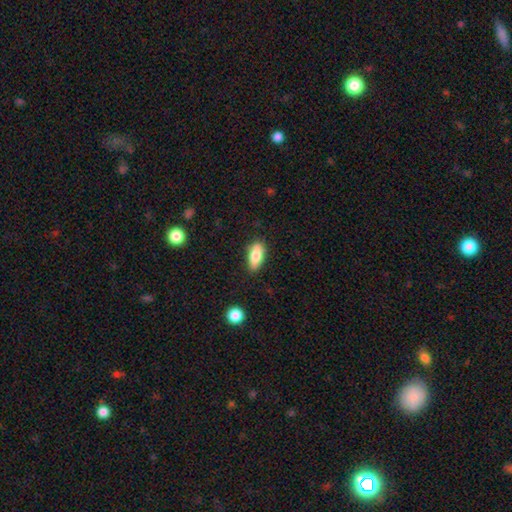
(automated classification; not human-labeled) Overall: smooth (76%). How rounded: in between (79%). Merging: none (84%).